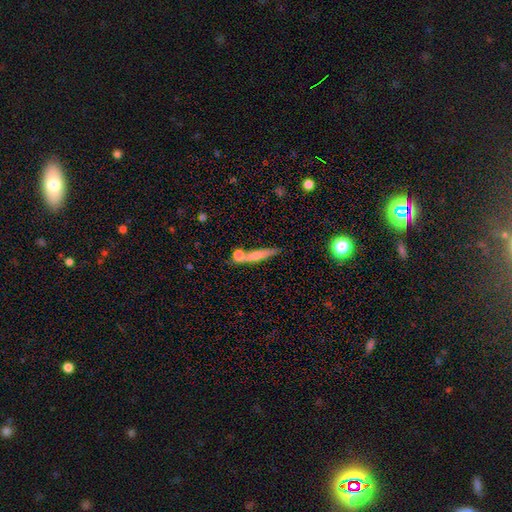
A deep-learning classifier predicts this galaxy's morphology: Smooth or featured: smooth — 63% (featured or disk — 30%)
How rounded: cigar-shaped — 85% (in between — 10%)
Merging: none — 52% (merger — 30%)